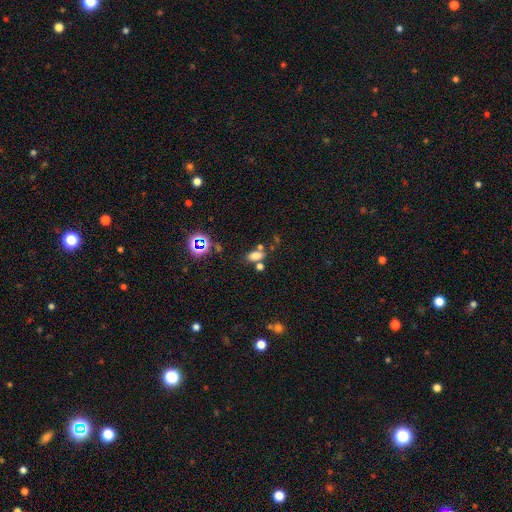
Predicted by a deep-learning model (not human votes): The model was most divided on "merging": none: 58%, merger: 23%, minor disturbance: 13%, major disturbance: 5%. More confident: how rounded — in between (83%); smooth or featured — smooth (72%).